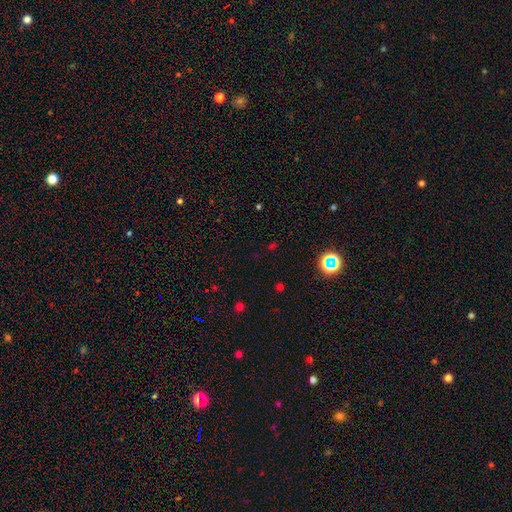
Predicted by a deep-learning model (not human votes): star or artifact 65%, smooth 27%, featured or disk 8%.